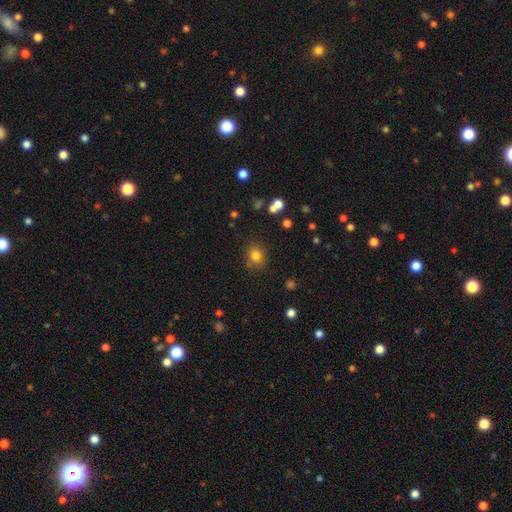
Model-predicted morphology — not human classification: The model was most divided on "how rounded": round: 69%, in between: 31%, cigar-shaped: 1%. More confident: smooth or featured — smooth (80%); merging — none (78%).